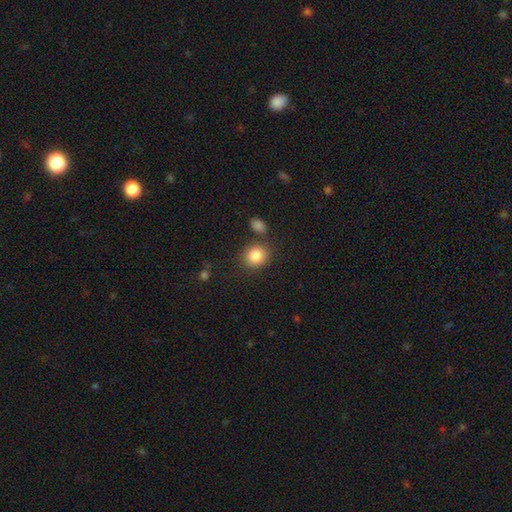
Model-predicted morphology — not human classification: Smooth or featured? Predicted: smooth (p=0.85). How rounded? Predicted: round (p=0.72). Merging? Predicted: none (p=0.77).